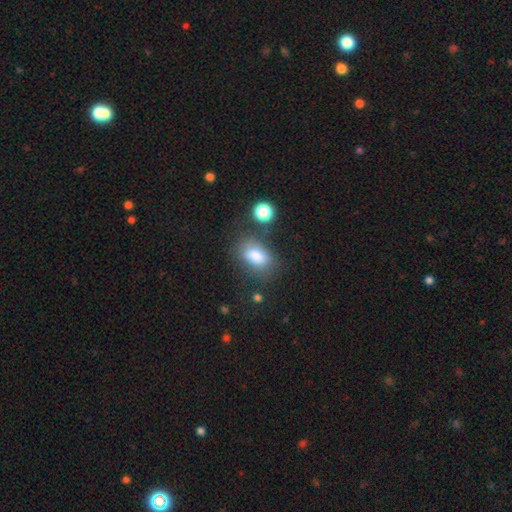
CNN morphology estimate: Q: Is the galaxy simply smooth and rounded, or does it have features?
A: smooth — 81%.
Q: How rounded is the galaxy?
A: in between — 84%.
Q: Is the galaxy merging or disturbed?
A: none — 64%.